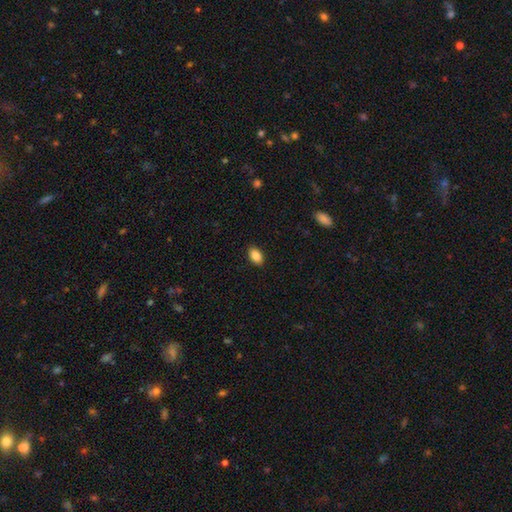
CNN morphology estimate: A smooth galaxy with no disk features (87%) that is in between round and cigar-shaped (89%).

Vote fractions:
- Smooth or featured? smooth: 87% / star or artifact: 8% / featured or disk: 5%
- How rounded? in between: 89% / round: 9% / cigar-shaped: 2%
- Merging? none: 89% / minor disturbance: 8% / major disturbance: 2% / merger: 1%